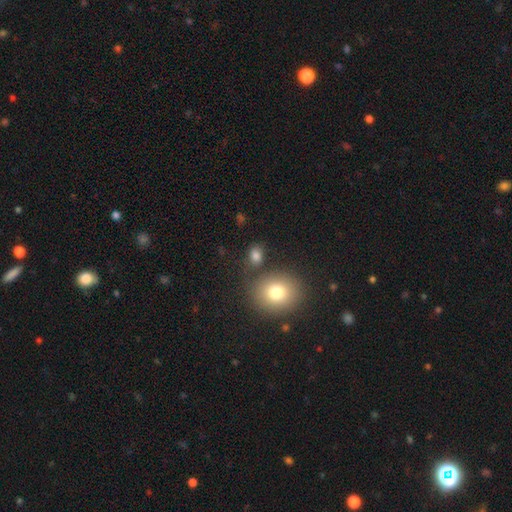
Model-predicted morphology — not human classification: Q: Smooth or featured?
A: smooth (81%); runner-up: star or artifact (12%)
Q: How rounded?
A: in between (60%); runner-up: round (38%)
Q: Merging?
A: none (69%); runner-up: minor disturbance (13%)